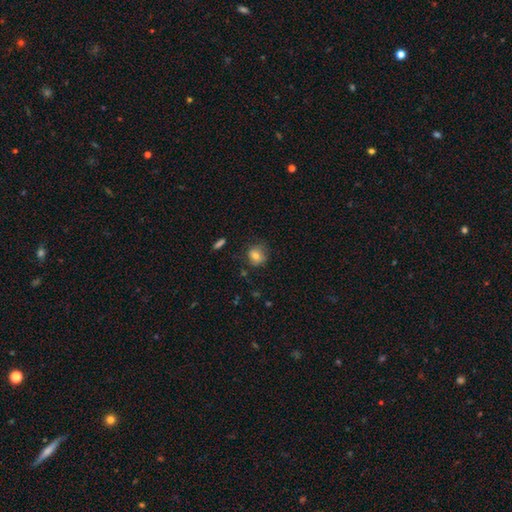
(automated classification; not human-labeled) Overall: smooth (76%). How rounded: round (74%). Merging: none (70%).